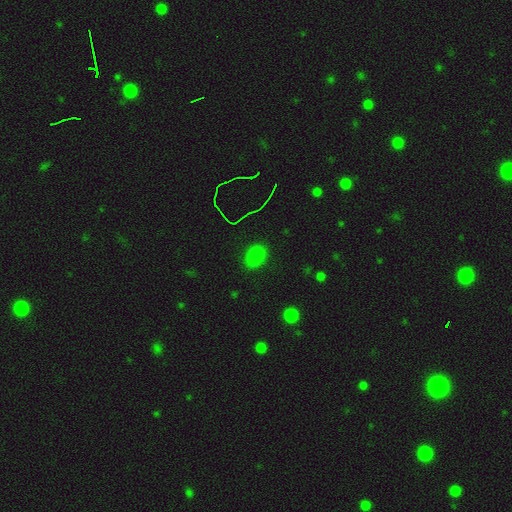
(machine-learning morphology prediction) Smooth or featured?
  - smooth: 74% *
  - star or artifact: 20%
  - featured or disk: 6%
How rounded?
  - in between: 66% *
  - round: 32%
  - cigar-shaped: 2%
Merging?
  - none: 85% *
  - minor disturbance: 11%
  - major disturbance: 3%
  - merger: 1%